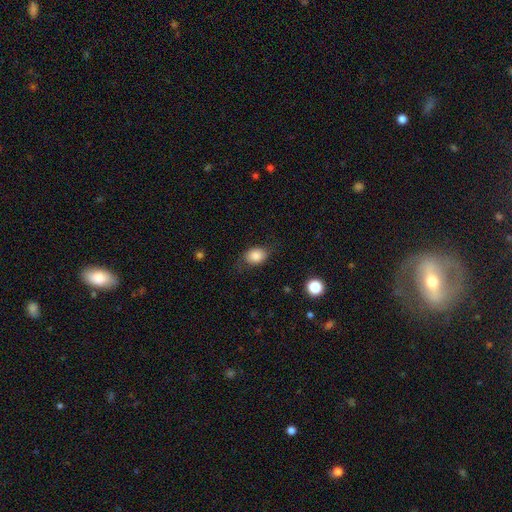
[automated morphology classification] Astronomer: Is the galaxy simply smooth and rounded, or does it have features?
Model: smooth — 80%.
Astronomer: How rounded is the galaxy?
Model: in between — 67%.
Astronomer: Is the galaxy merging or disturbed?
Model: none — 69%.